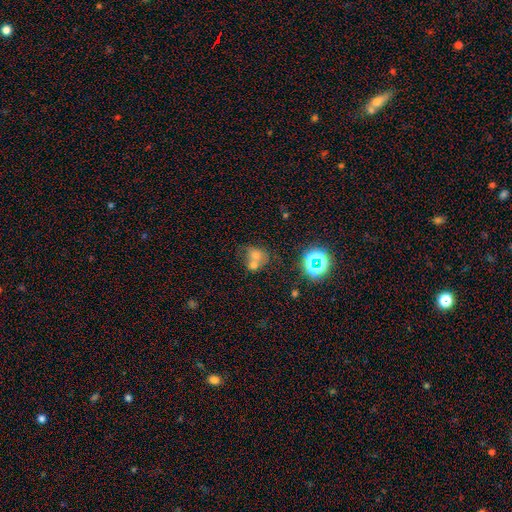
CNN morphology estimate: This appears to be a smooth galaxy with no disk features (55%) that is round (67%). Merging: merger (52%).